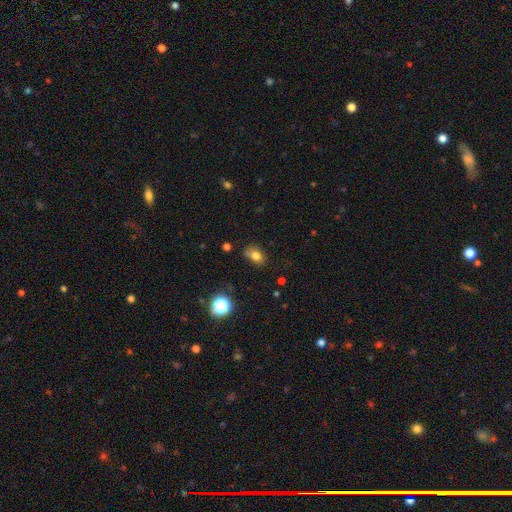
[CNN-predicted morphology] The model was most divided on "merging": none: 64%, minor disturbance: 25%, major disturbance: 7%, merger: 4%. More confident: smooth or featured — smooth (78%); how rounded — in between (70%).